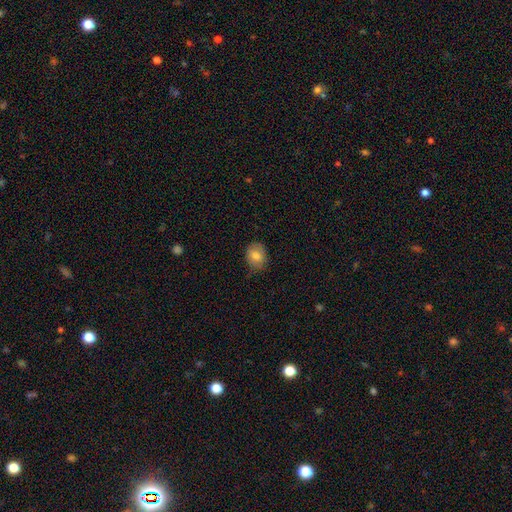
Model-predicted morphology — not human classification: Smooth or featured?
  - smooth: 78% *
  - featured or disk: 14%
  - star or artifact: 8%
How rounded?
  - in between: 50% *
  - round: 49%
  - cigar-shaped: 1%
Merging?
  - none: 74% *
  - minor disturbance: 21%
  - major disturbance: 4%
  - merger: 1%